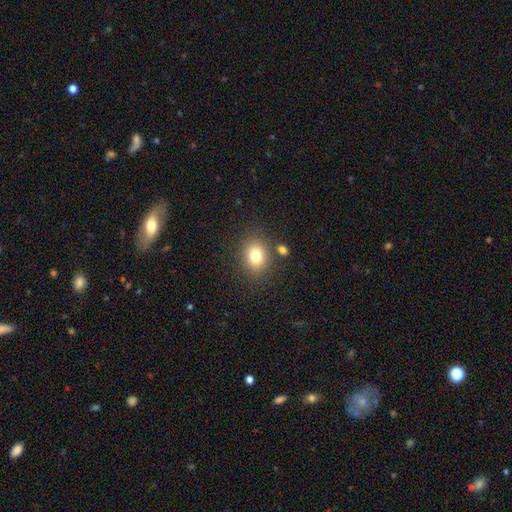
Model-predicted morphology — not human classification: Overall: smooth (79%). How rounded: round (53%; in between 46%). Merging: none (79%).